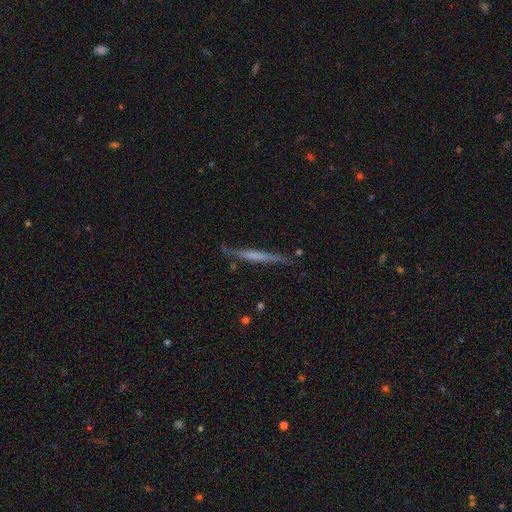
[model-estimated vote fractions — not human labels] Smooth or featured?
  - featured or disk: 56% *
  - smooth: 38%
  - star or artifact: 6%
Edge-on disk?
  - yes: 96% *
  - no: 4%
Edge-on bulge?
  - none: 69% *
  - rounded: 17%
  - boxy: 14%
Merging?
  - none: 82% *
  - minor disturbance: 13%
  - major disturbance: 3%
  - merger: 2%